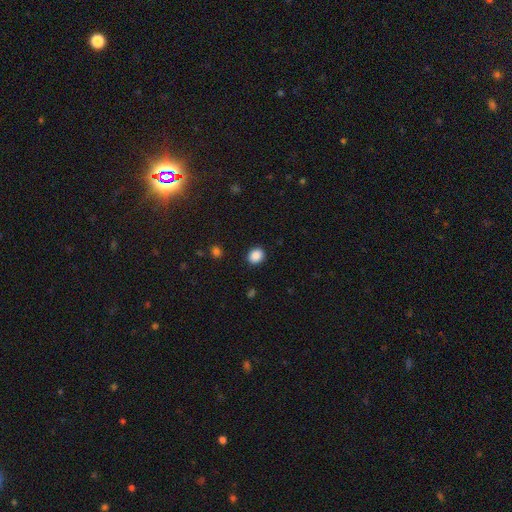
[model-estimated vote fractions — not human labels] A smooth galaxy with no disk features (88%) that is round (67%).

Vote fractions:
- Smooth or featured? smooth: 88% / star or artifact: 9% / featured or disk: 3%
- How rounded? round: 67% / in between: 33% / cigar-shaped: 1%
- Merging? none: 90% / minor disturbance: 7% / major disturbance: 2% / merger: 1%